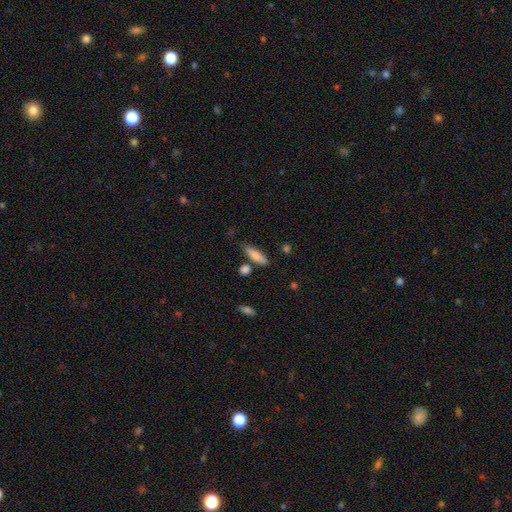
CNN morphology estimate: A smooth galaxy with no disk features (81%) that is cigar-shaped (53%).

Vote fractions:
- Smooth or featured? smooth: 81% / featured or disk: 12% / star or artifact: 7%
- How rounded? cigar-shaped: 53% / in between: 45% / round: 2%
- Merging? none: 72% / minor disturbance: 17% / merger: 7% / major disturbance: 4%